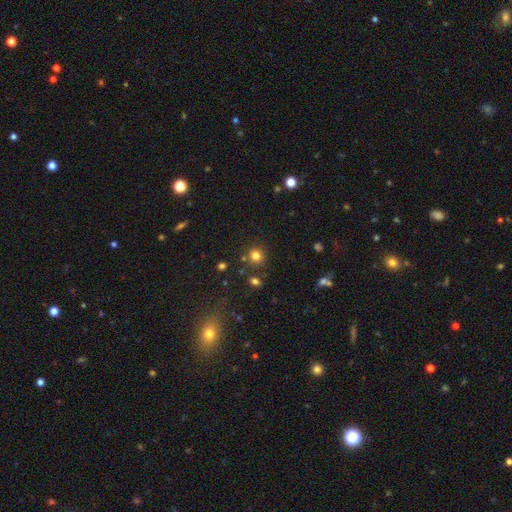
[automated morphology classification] smooth-or-featured: smooth: 79% | star or artifact: 15% | featured or disk: 6%
  how-rounded: round: 87% | in between: 12% | cigar-shaped: 1%
  merging: none: 81% | minor disturbance: 8% | merger: 7% | major disturbance: 3%